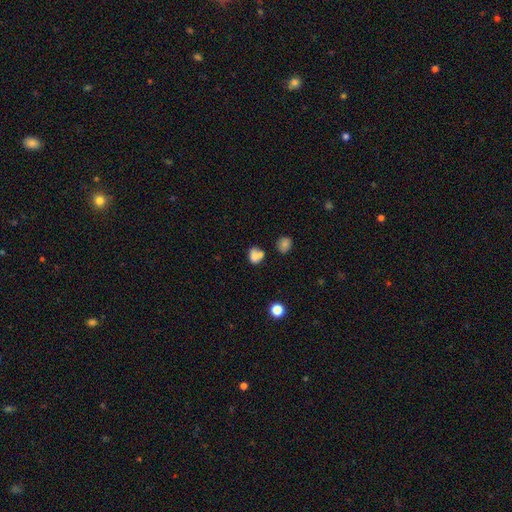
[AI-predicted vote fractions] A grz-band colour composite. It shows a smooth galaxy with no disk features (74%) that is round (54%). Merging: merger (39%, tied with none).